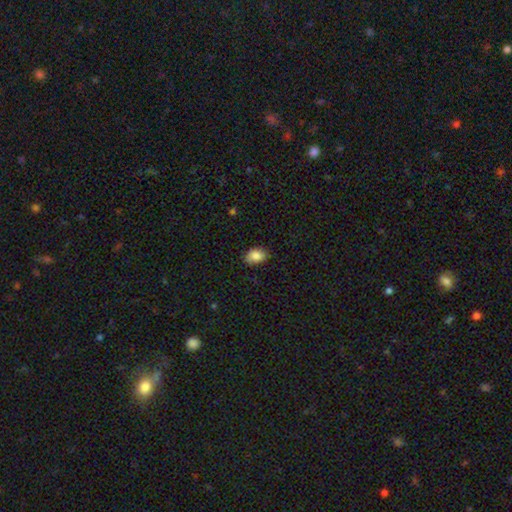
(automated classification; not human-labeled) Smooth or featured?
  - smooth: 86% *
  - star or artifact: 8%
  - featured or disk: 7%
How rounded?
  - in between: 83% *
  - round: 16%
  - cigar-shaped: 1%
Merging?
  - none: 81% *
  - minor disturbance: 15%
  - major disturbance: 3%
  - merger: 1%